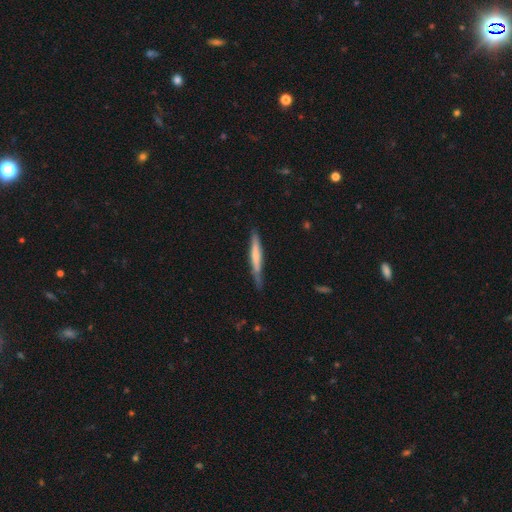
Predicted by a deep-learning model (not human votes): Smooth or featured? smooth (54%)
How rounded? cigar-shaped (94%)
Merging? none (74%)